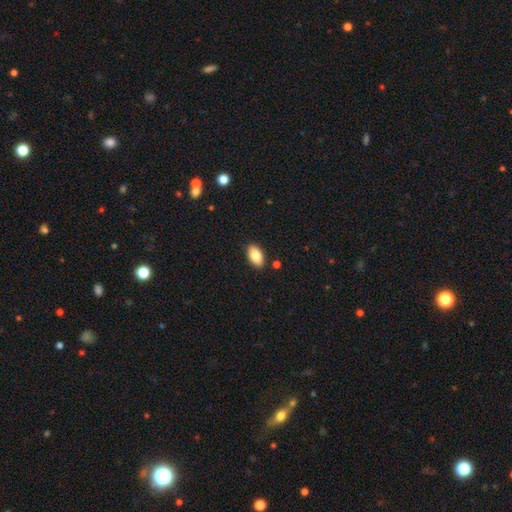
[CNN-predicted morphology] Smooth or featured?
  - smooth: 83% *
  - featured or disk: 10%
  - star or artifact: 7%
How rounded?
  - in between: 93% *
  - round: 4%
  - cigar-shaped: 3%
Merging?
  - none: 88% *
  - minor disturbance: 8%
  - merger: 2%
  - major disturbance: 2%